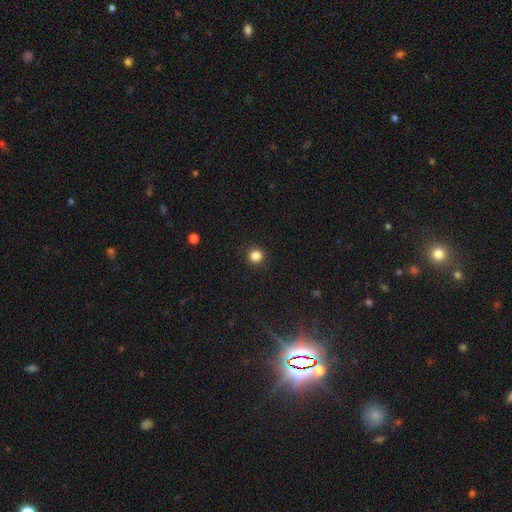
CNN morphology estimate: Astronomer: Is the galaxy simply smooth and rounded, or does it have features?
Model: smooth — 85%.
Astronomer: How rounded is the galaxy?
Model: round — 95%.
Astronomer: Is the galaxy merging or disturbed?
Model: none — 92%.